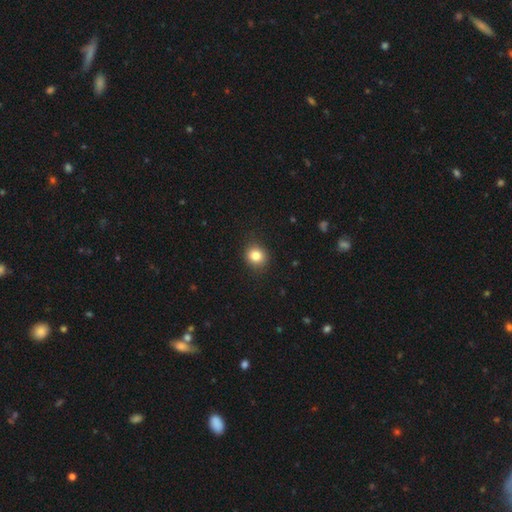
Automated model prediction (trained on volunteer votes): Smooth or featured? smooth (83%)
How rounded? round (82%)
Merging? none (88%)